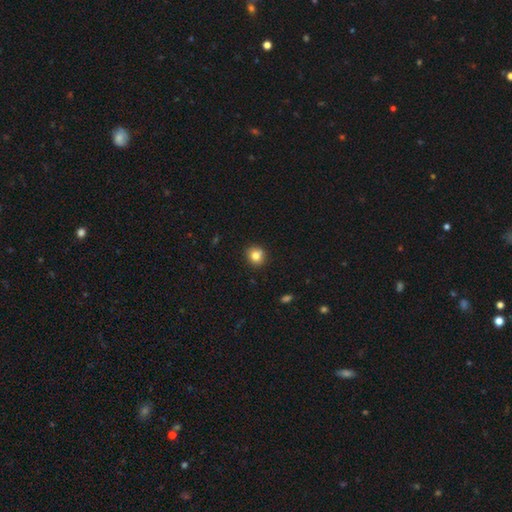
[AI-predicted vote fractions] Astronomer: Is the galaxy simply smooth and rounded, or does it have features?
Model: smooth — 81%.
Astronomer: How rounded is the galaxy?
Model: round — 87%.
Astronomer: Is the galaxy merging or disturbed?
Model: none — 85%.